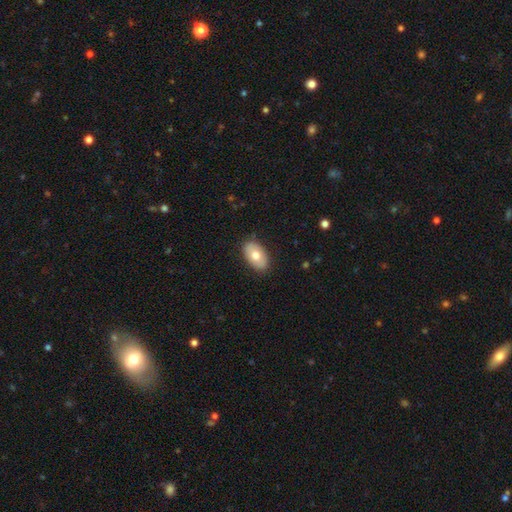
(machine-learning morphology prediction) Smooth or featured? Predicted: smooth (p=0.73). How rounded? Predicted: in between (p=0.93). Merging? Predicted: none (p=0.86).